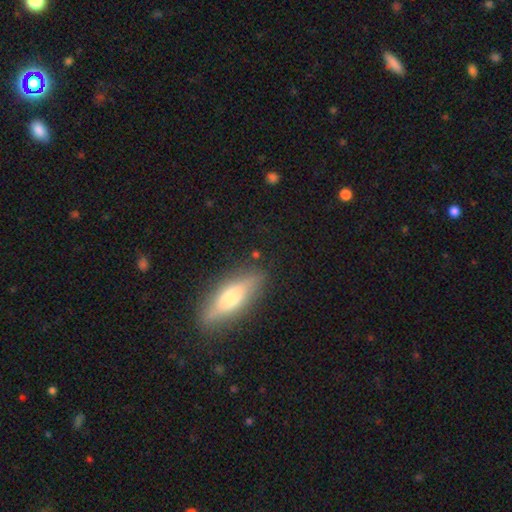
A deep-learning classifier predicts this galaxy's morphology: Overall: smooth (55%; featured or disk 37%). How rounded: cigar-shaped (50%; in between 45%). Merging: none (84%).